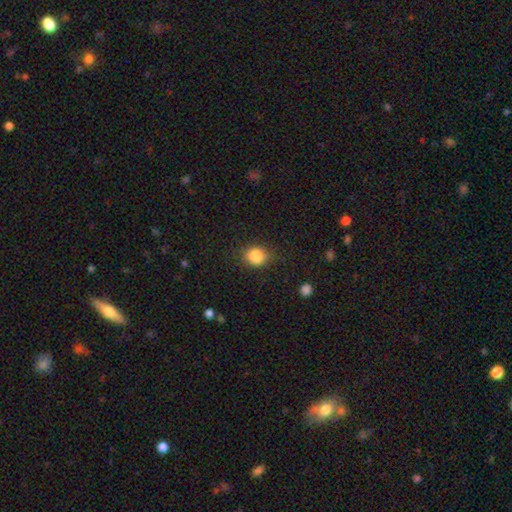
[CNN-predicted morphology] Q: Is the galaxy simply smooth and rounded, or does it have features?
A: smooth — 85%.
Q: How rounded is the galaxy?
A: round — 64%.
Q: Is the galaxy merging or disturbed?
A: none — 76%.